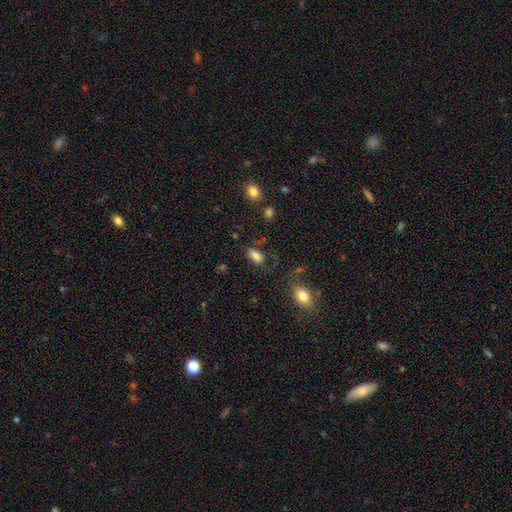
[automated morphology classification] smooth_or_featured: smooth (p=0.82) [alt: star or artifact p=0.11]
how_rounded: in between (p=0.91) [alt: round p=0.06]
merging: none (p=0.64) [alt: minor disturbance p=0.20]